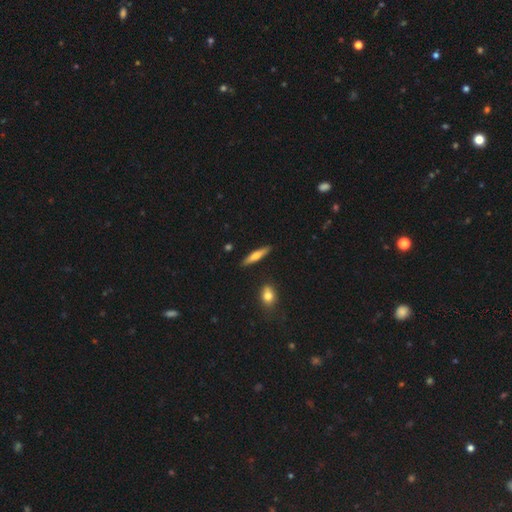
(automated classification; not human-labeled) smooth-or-featured: smooth: 55% | featured or disk: 39% | star or artifact: 6%
  how-rounded: cigar-shaped: 84% | in between: 14% | round: 2%
  merging: none: 89% | minor disturbance: 8% | merger: 2% | major disturbance: 2%